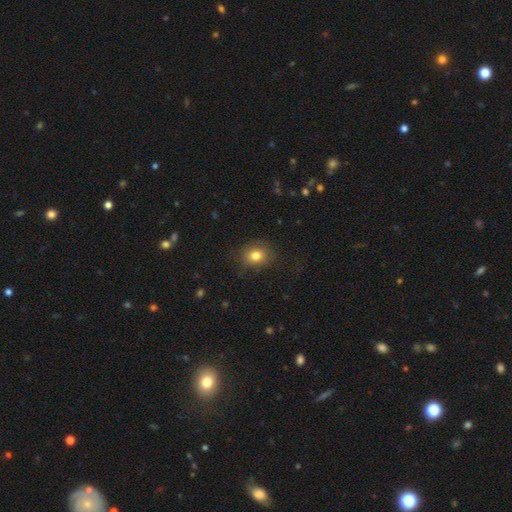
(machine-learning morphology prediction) A smooth galaxy with no disk features (80%) that is round (61%).

Vote fractions:
- Smooth or featured? smooth: 80% / star or artifact: 12% / featured or disk: 8%
- How rounded? round: 61% / in between: 38% / cigar-shaped: 1%
- Merging? none: 81% / minor disturbance: 13% / major disturbance: 5% / merger: 1%